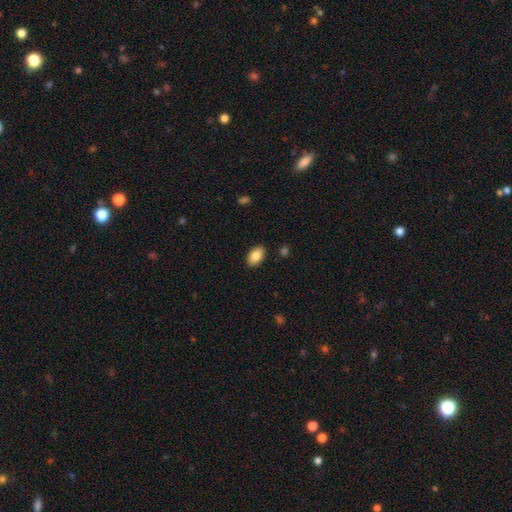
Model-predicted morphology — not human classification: smooth_or_featured: smooth (p=0.85) [alt: featured or disk p=0.08]
how_rounded: in between (p=0.93) [alt: round p=0.06]
merging: none (p=0.89) [alt: minor disturbance p=0.08]